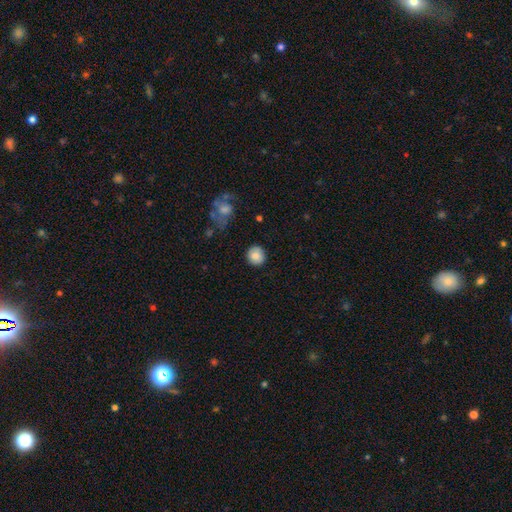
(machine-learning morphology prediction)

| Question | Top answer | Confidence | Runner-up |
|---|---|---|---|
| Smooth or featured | smooth | 84% | star or artifact (8%) |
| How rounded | round | 92% | in between (8%) |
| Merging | none | 86% | minor disturbance (10%) |